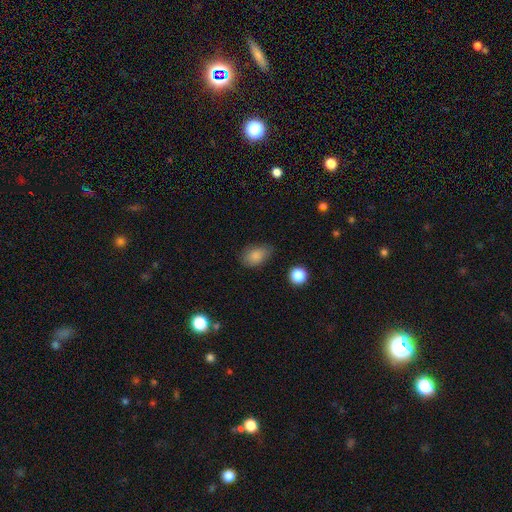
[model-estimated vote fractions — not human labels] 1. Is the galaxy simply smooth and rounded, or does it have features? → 85% smooth, 8% star or artifact, 6% featured or disk.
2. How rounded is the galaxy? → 84% in between, 14% round, 1% cigar-shaped.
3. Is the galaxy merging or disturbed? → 70% none, 23% minor disturbance, 5% major disturbance, 2% merger.